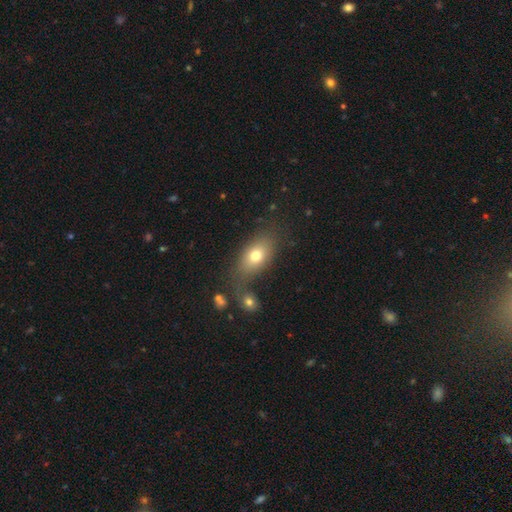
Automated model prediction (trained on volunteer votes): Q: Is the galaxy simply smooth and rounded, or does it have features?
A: smooth — 73%.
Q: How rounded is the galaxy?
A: in between — 81%.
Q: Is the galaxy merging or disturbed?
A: none — 59%.